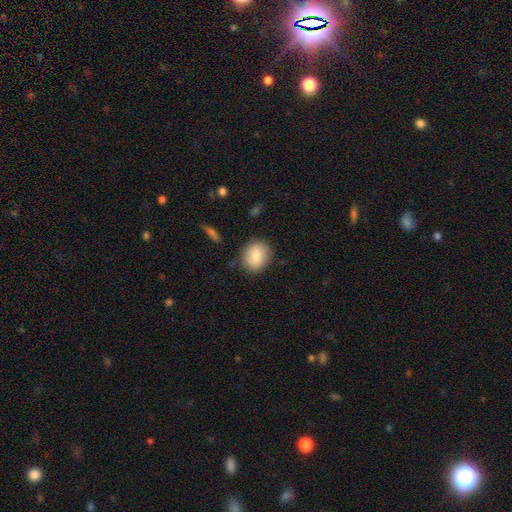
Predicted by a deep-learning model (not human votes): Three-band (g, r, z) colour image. It shows a smooth galaxy with no disk features (83%) that is round (55%). Merging: none (84%).